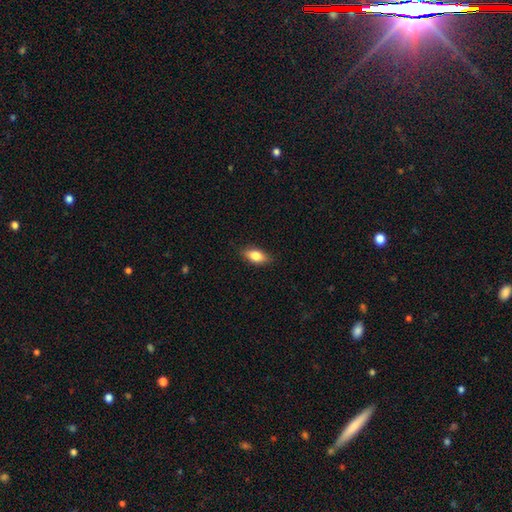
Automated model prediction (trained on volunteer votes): Overall: smooth (78%). How rounded: in between (84%). Merging: none (86%).